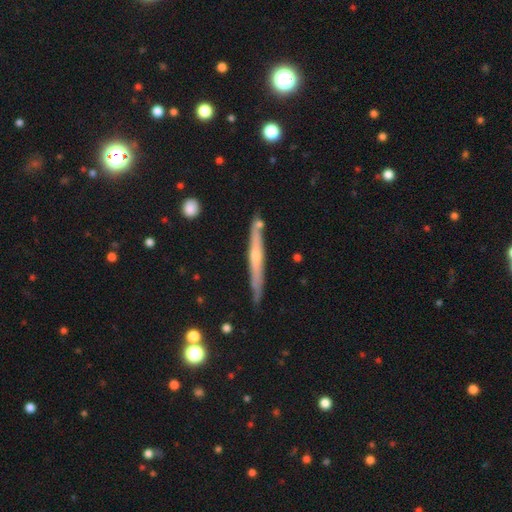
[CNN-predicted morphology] A featured or disk galaxy (63%) viewed edge-on (95%) with a rounded central bulge (56%). Merging: none (80%).